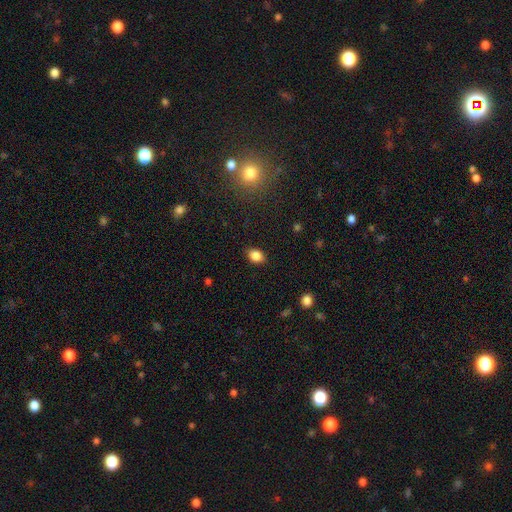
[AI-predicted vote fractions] Smooth or featured: smooth — 85% (star or artifact — 10%)
How rounded: in between — 70% (round — 29%)
Merging: none — 86% (minor disturbance — 11%)